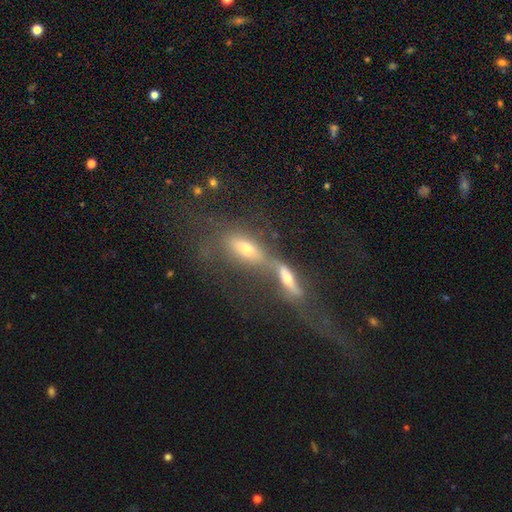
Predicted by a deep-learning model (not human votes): featured or disk 46%, smooth 33%, star or artifact 20%. Down the decision tree: merging — merger (73%).